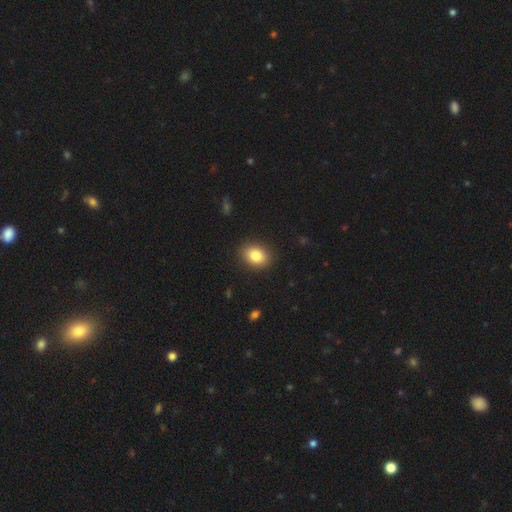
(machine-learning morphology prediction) The model was most divided on "how rounded": in between: 61%, round: 38%, cigar-shaped: 1%. More confident: merging — none (89%); smooth or featured — smooth (84%).